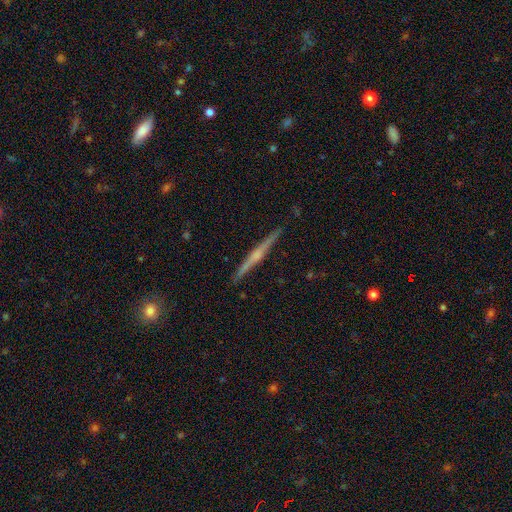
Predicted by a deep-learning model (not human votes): Smooth or featured: featured or disk — 78% (smooth — 17%)
Edge-on disk: yes — 98% (no — 2%)
Edge-on bulge: rounded — 73% (none — 17%)
Merging: none — 92% (minor disturbance — 6%)